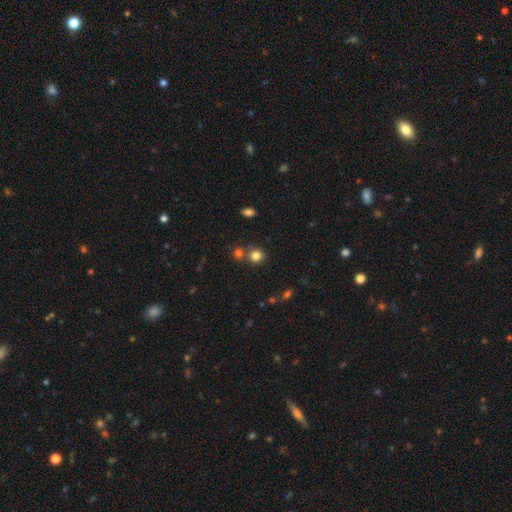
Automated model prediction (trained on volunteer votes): smooth_or_featured: smooth (p=0.81) [alt: star or artifact p=0.13]
how_rounded: round (p=0.87) [alt: in between p=0.12]
merging: none (p=0.66) [alt: merger p=0.22]